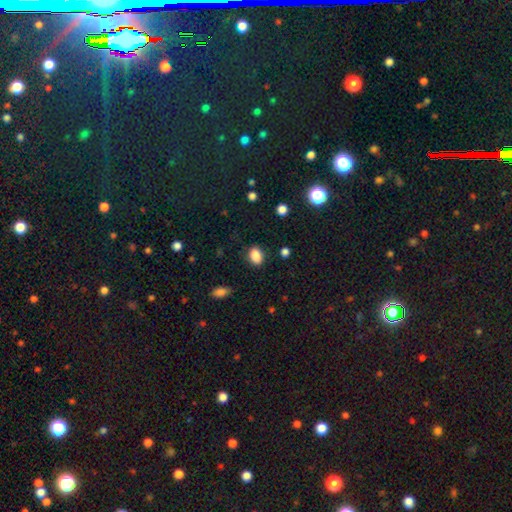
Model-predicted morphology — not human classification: The model was most divided on "how rounded": in between: 82%, round: 16%, cigar-shaped: 2%. More confident: smooth or featured — smooth (87%); merging — none (83%).